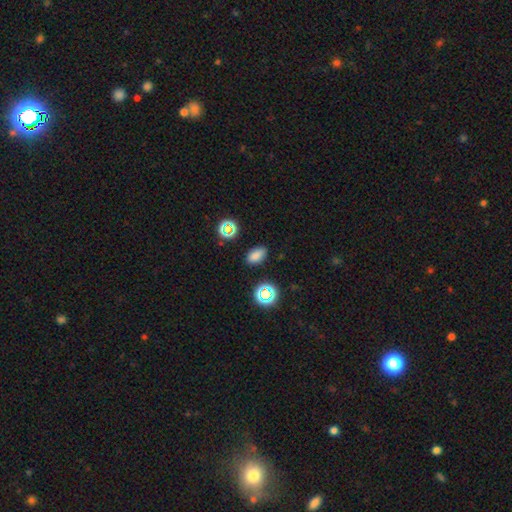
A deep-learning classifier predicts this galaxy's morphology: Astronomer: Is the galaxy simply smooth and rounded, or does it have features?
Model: smooth — 78%.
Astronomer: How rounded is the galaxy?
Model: in between — 87%.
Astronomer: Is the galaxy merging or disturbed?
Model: none — 86%.